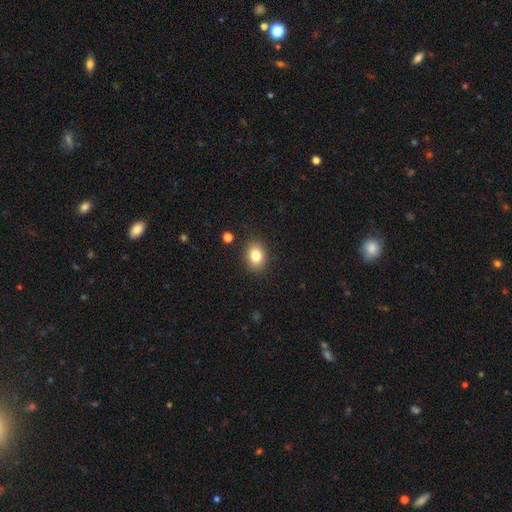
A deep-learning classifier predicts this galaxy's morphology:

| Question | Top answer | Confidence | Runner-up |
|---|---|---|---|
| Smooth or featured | smooth | 81% | star or artifact (10%) |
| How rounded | in between | 56% | round (44%) |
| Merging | none | 87% | minor disturbance (9%) |